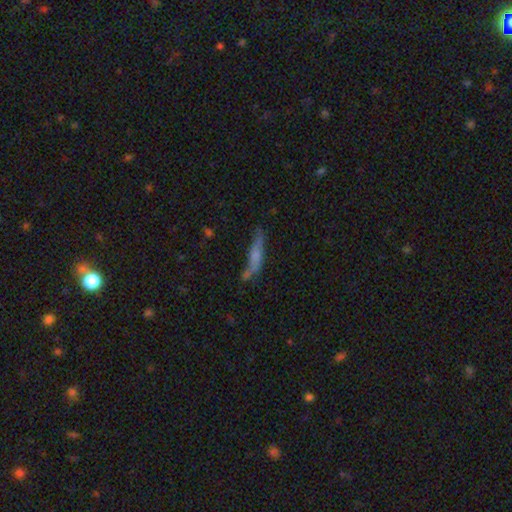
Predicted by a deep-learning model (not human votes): Smooth or featured: smooth — 57% (featured or disk — 34%)
How rounded: cigar-shaped — 81% (in between — 17%)
Merging: none — 51% (minor disturbance — 25%)